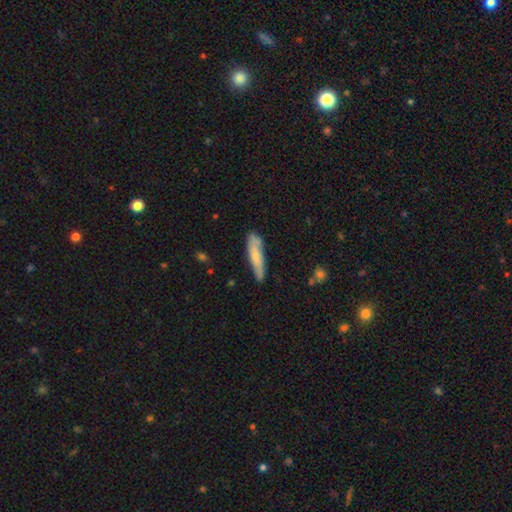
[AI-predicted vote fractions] Smooth or featured? Predicted: smooth (p=0.66). How rounded? Predicted: cigar-shaped (p=0.81). Merging? Predicted: none (p=0.71).